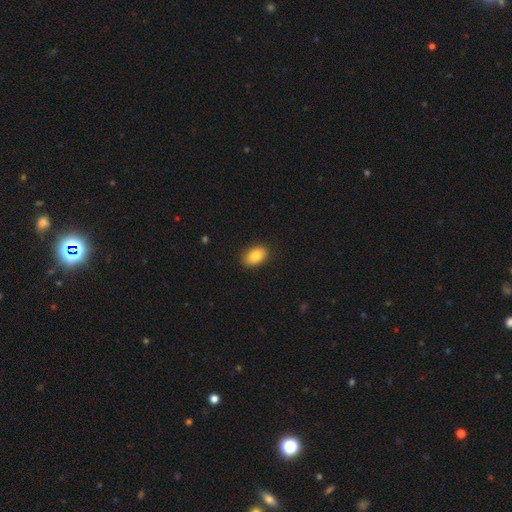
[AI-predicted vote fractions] smooth 84%, featured or disk 8%, star or artifact 7%. Down the decision tree: how rounded — in between (89%); merging — none (88%).